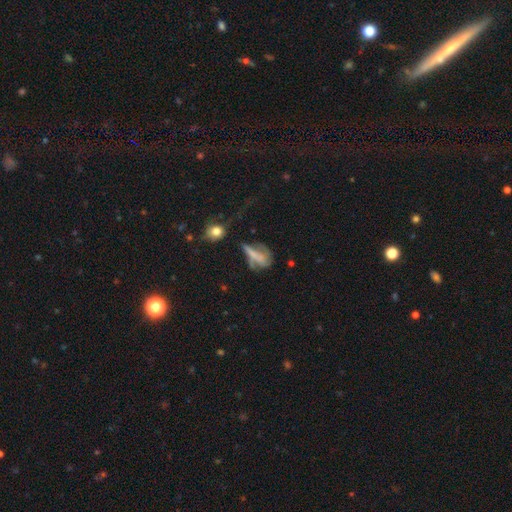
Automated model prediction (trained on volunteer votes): A smooth galaxy with no disk features (46%).

Vote fractions:
- Smooth or featured? smooth: 46% / featured or disk: 39% / star or artifact: 14%
- Merging? major disturbance: 33% / none: 32% / minor disturbance: 21% / merger: 14%